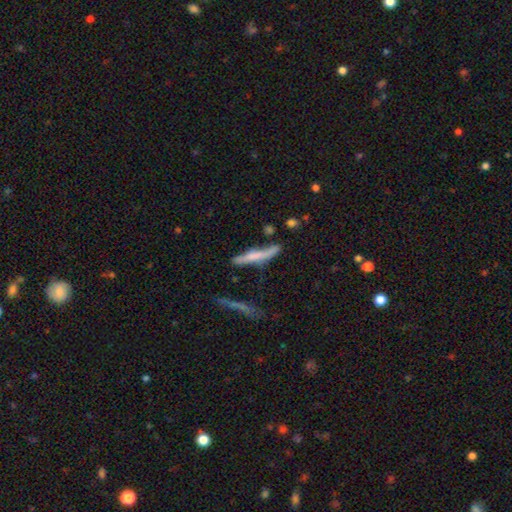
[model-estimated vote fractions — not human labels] Smooth or featured? Predicted: smooth (p=0.47). Merging? Predicted: none (p=0.63).